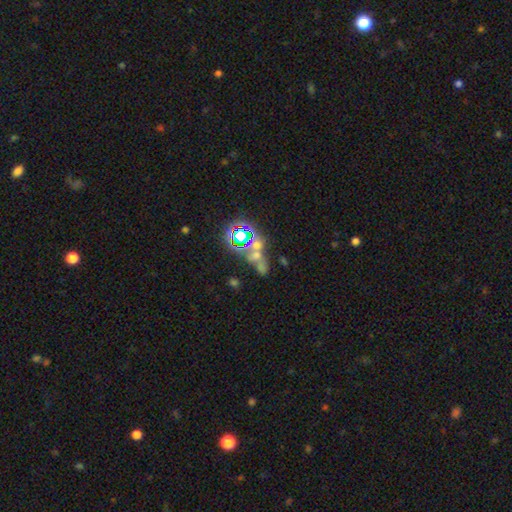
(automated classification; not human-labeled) smooth-or-featured: star or artifact: 53% | smooth: 27% | featured or disk: 20%